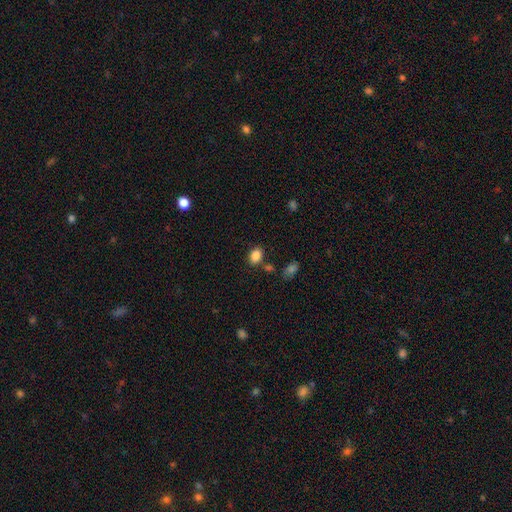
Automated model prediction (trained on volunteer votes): The model was most divided on "how rounded": in between: 73%, round: 26%, cigar-shaped: 1%. More confident: smooth or featured — smooth (86%); merging — none (78%).